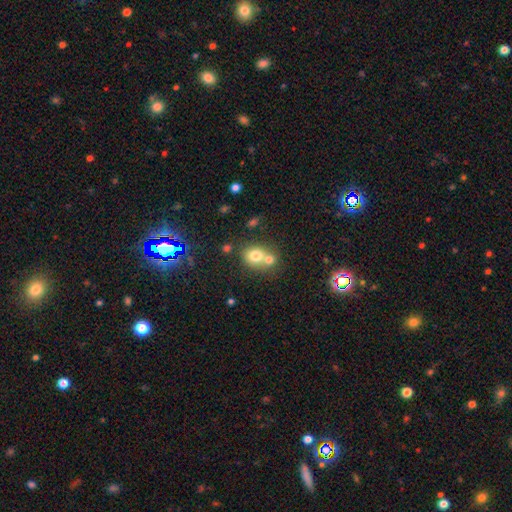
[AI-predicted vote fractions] Q: Smooth or featured?
A: smooth (73%); runner-up: featured or disk (15%)
Q: How rounded?
A: round (64%); runner-up: in between (35%)
Q: Merging?
A: merger (54%); runner-up: none (35%)